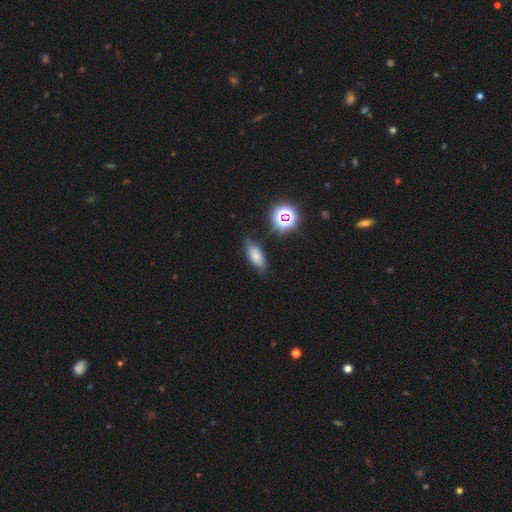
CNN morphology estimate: smooth-or-featured: smooth: 70% | star or artifact: 15% | featured or disk: 14%
  how-rounded: in between: 80% | cigar-shaped: 15% | round: 5%
  merging: none: 73% | minor disturbance: 20% | major disturbance: 4% | merger: 3%